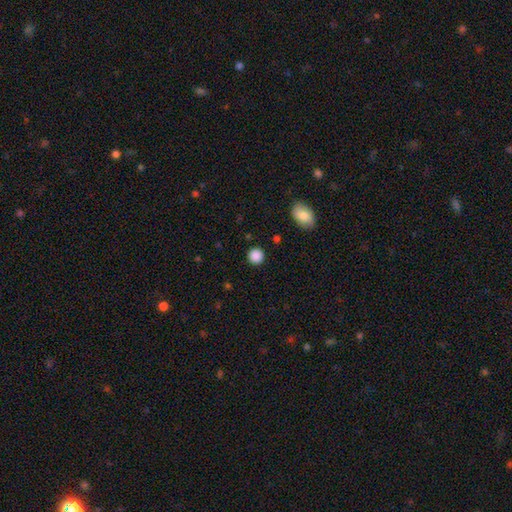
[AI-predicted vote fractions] This is clearly a smooth galaxy (87%). How rounded: clearly round (93%). Merging: clearly none (90%).